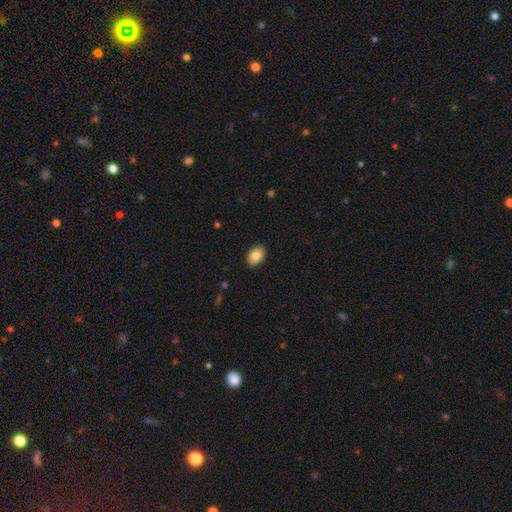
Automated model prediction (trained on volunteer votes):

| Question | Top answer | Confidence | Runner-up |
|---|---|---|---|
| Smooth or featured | smooth | 84% | featured or disk (8%) |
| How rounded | in between | 77% | round (22%) |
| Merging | none | 88% | minor disturbance (9%) |